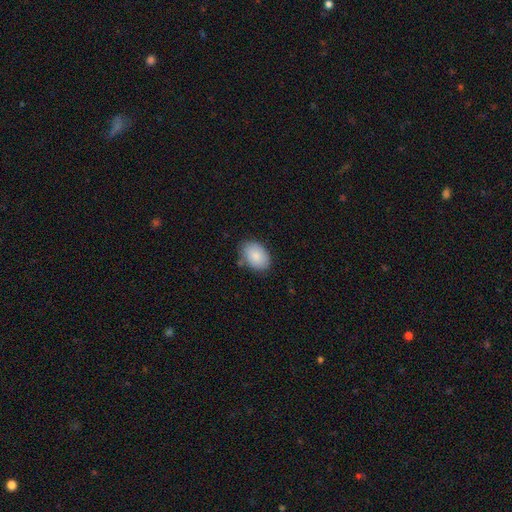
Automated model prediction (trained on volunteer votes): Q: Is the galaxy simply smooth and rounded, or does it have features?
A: smooth — 86%.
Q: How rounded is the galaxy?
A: in between — 85%.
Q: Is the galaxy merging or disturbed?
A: none — 79%.